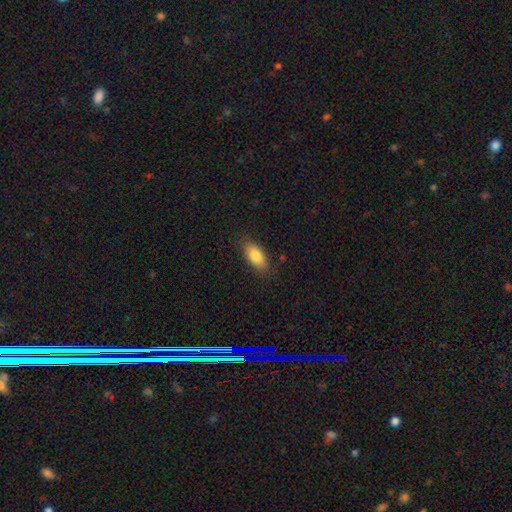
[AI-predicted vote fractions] A smooth galaxy with no disk features (83%) that is in between round and cigar-shaped (88%). Merging: none (83%).